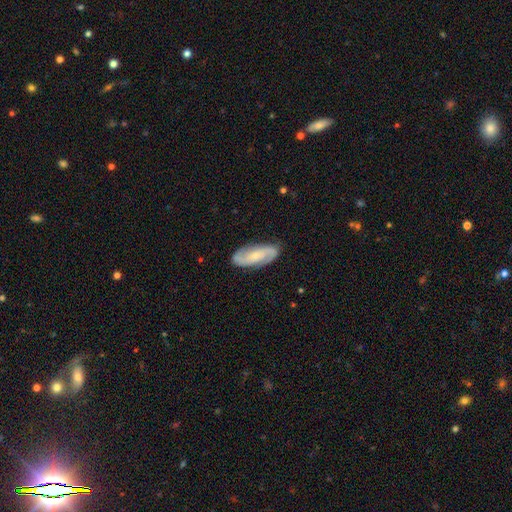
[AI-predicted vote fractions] This is likely a featured or disk galaxy (77%). It is clearly not viewed edge-on (94%). Bar: possibly no (55%). Spiral arm pattern: clearly yes (95%). Spiral arm count: clearly 2 (87%). Spiral winding: possibly medium (46%). Central bulge: likely small (66%). Merging: clearly none (85%).